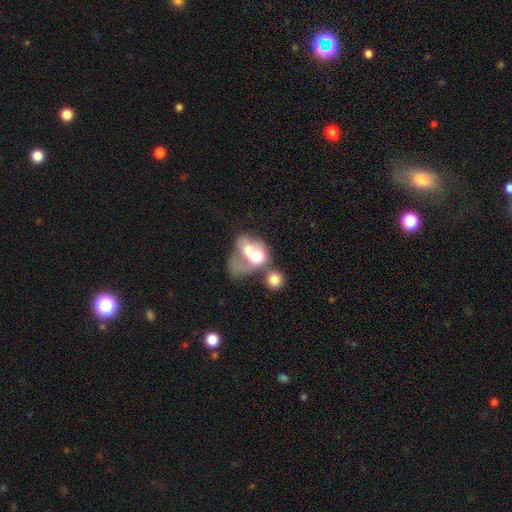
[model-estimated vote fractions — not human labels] The model was most divided on "smooth or featured": smooth: 56%, featured or disk: 35%, star or artifact: 9%. More confident: merging — merger (67%); how rounded — in between (60%).